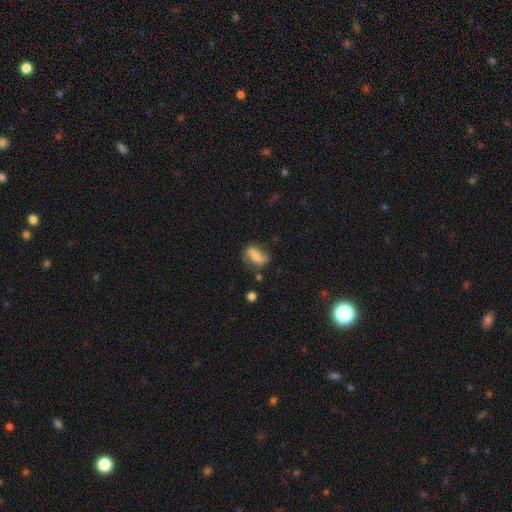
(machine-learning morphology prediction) Smooth or featured?
  - smooth: 60% *
  - featured or disk: 31%
  - star or artifact: 9%
How rounded?
  - in between: 81% *
  - round: 11%
  - cigar-shaped: 8%
Merging?
  - none: 61% *
  - minor disturbance: 25%
  - major disturbance: 10%
  - merger: 4%